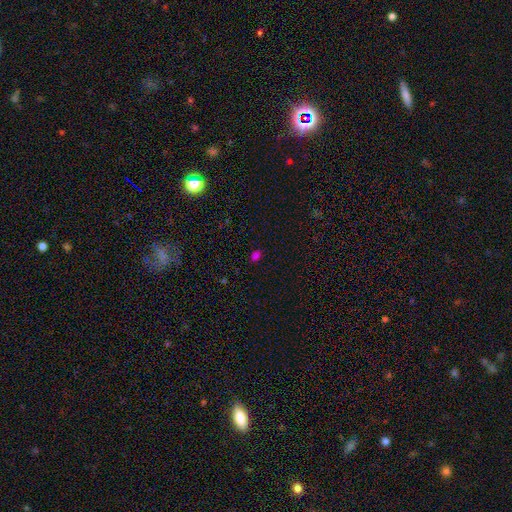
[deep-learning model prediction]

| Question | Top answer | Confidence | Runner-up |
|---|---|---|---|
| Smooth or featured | smooth | 70% | star or artifact (26%) |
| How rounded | in between | 75% | round (23%) |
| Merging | none | 85% | minor disturbance (10%) |